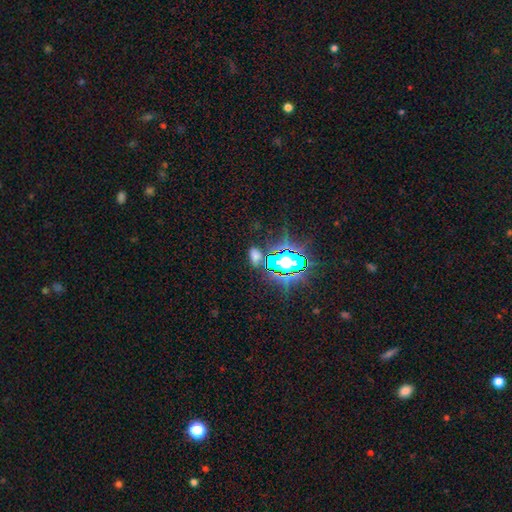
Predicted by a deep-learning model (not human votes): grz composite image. It shows a smooth galaxy with no disk features (46%). Merging: none (74%).